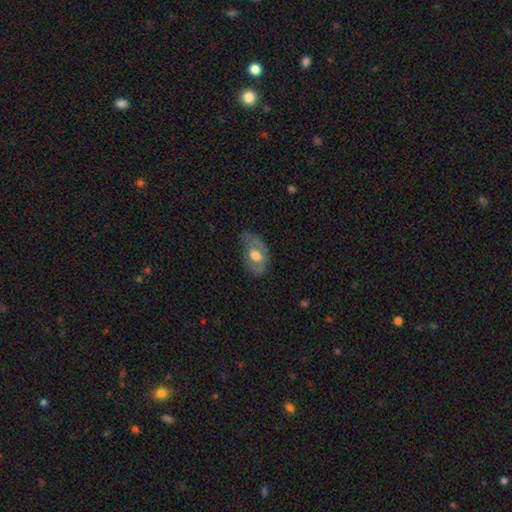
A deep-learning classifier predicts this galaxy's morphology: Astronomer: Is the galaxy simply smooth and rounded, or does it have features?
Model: smooth — 51% (runner-up: featured or disk, 43%).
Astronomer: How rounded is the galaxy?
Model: in between — 86%.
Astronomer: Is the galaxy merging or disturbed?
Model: none — 50% (runner-up: minor disturbance, 32%).